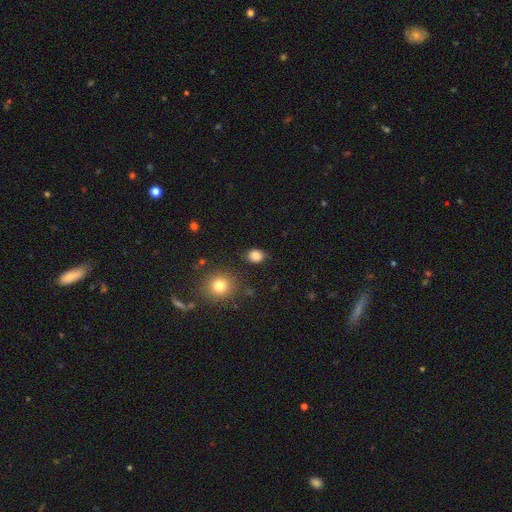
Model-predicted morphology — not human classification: Q: Smooth or featured?
A: smooth (85%); runner-up: star or artifact (12%)
Q: How rounded?
A: round (52%); runner-up: in between (47%)
Q: Merging?
A: none (85%); runner-up: minor disturbance (10%)